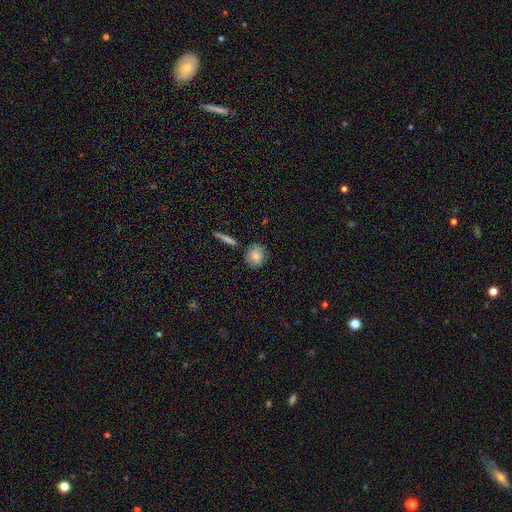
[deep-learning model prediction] A smooth galaxy with no disk features (77%) that is round (78%). Merging: none (78%).